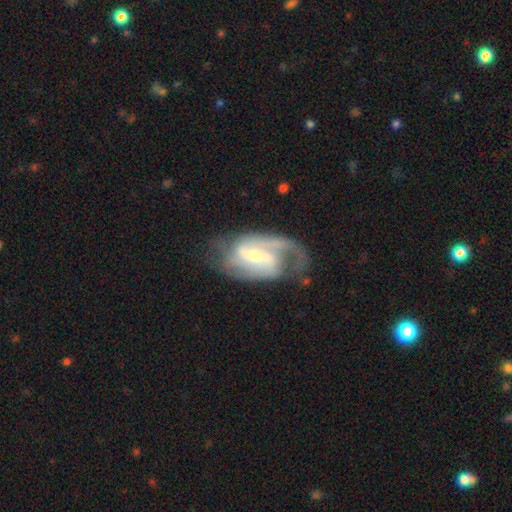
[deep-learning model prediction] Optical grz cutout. It shows a featured or disk galaxy (87%) with a weak bar (49%), 2 (64%) medium (50%) spiral arms (96%) and a small central bulge (53%). Merging: none (59%).